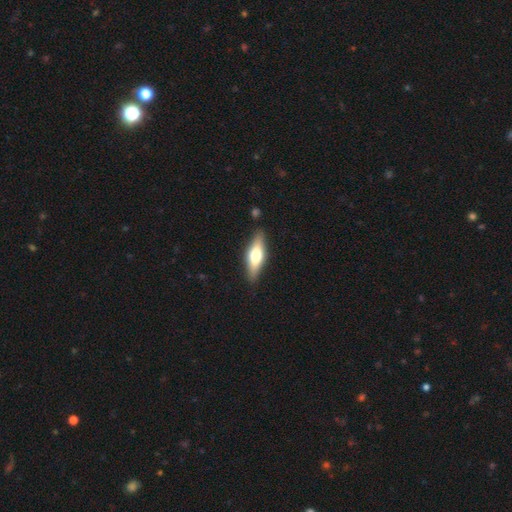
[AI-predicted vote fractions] smooth 49%, featured or disk 45%, star or artifact 6%. Down the decision tree: merging — none (86%).